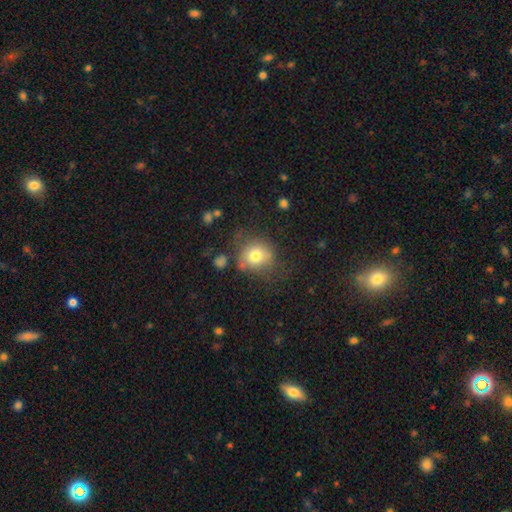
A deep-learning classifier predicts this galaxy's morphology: A smooth galaxy with no disk features (74%) that is round (81%).

Vote fractions:
- Smooth or featured? smooth: 74% / featured or disk: 15% / star or artifact: 11%
- How rounded? round: 81% / in between: 18% / cigar-shaped: 1%
- Merging? none: 59% / minor disturbance: 22% / major disturbance: 14% / merger: 5%